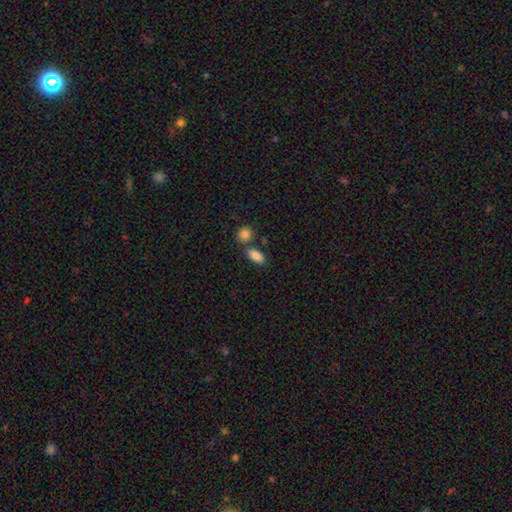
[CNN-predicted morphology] smooth-or-featured: smooth: 87% | star or artifact: 8% | featured or disk: 5%
  how-rounded: in between: 86% | cigar-shaped: 7% | round: 7%
  merging: none: 65% | merger: 19% | minor disturbance: 12% | major disturbance: 4%